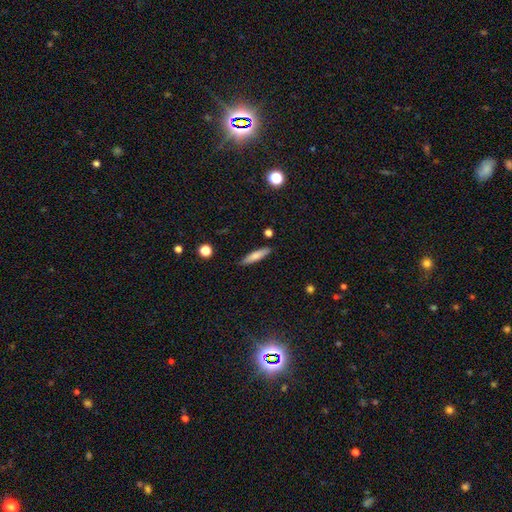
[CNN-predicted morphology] This is likely a smooth galaxy (71%). How rounded: clearly cigar-shaped (83%). Merging: clearly none (87%).